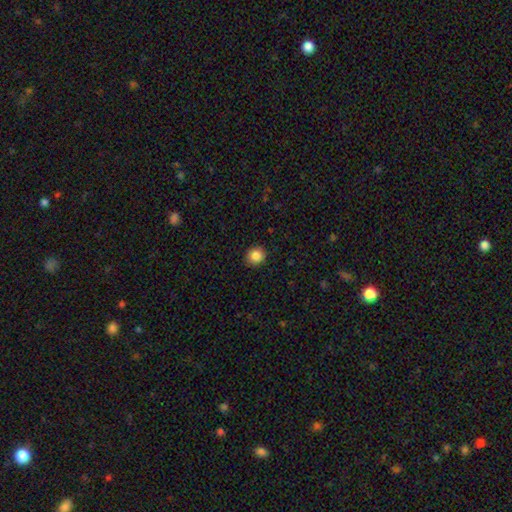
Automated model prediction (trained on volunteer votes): Overall: smooth (85%). How rounded: round (89%). Merging: none (90%).